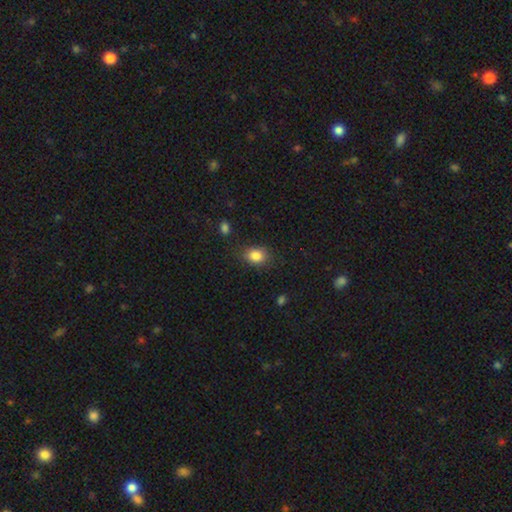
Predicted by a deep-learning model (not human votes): smooth_or_featured: smooth (p=0.85) [alt: star or artifact p=0.09]
how_rounded: in between (p=0.69) [alt: round p=0.29]
merging: none (p=0.78) [alt: minor disturbance p=0.15]